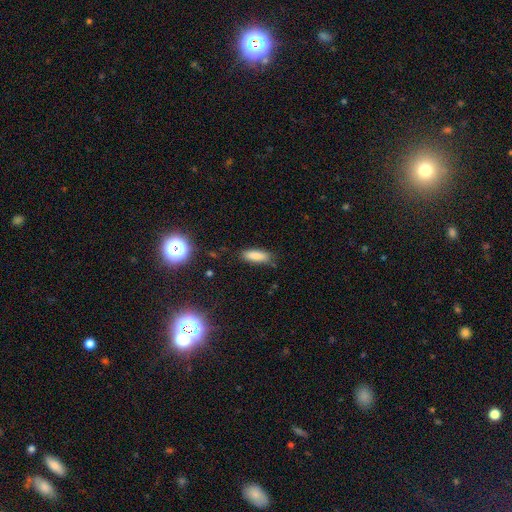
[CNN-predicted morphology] smooth_or_featured: smooth (p=0.85) [alt: star or artifact p=0.09]
how_rounded: in between (p=0.61) [alt: cigar-shaped p=0.37]
merging: none (p=0.79) [alt: minor disturbance p=0.15]